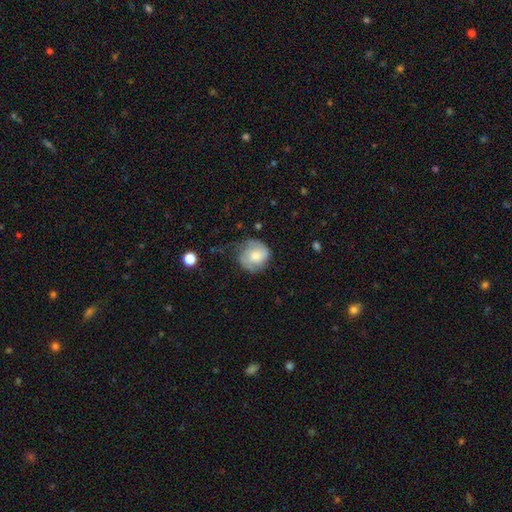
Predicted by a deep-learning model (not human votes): smooth_or_featured: smooth (p=0.52) [alt: featured or disk p=0.41]
how_rounded: round (p=0.84) [alt: in between p=0.15]
merging: none (p=0.59) [alt: minor disturbance p=0.28]